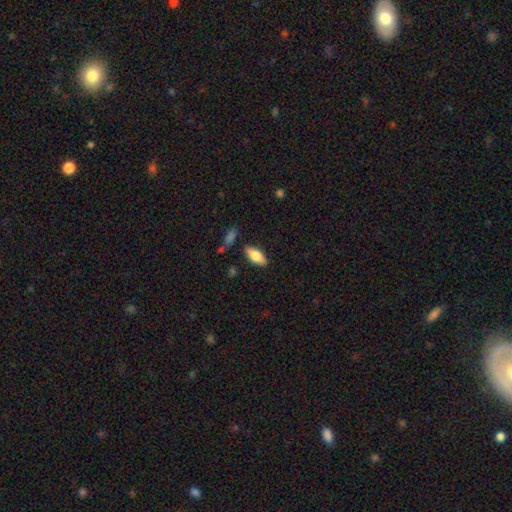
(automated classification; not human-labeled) This is likely a smooth galaxy (70%). How rounded: clearly in between (83%). Merging: clearly none (83%).